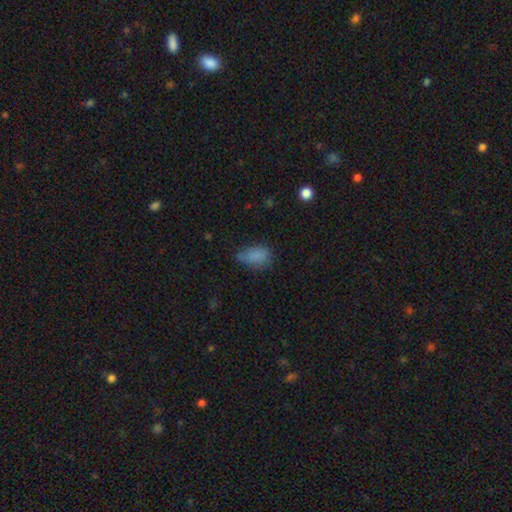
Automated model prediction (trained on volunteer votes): A smooth galaxy with no disk features (82%) that is in between round and cigar-shaped (89%).

Vote fractions:
- Smooth or featured? smooth: 82% / star or artifact: 11% / featured or disk: 7%
- How rounded? in between: 89% / round: 8% / cigar-shaped: 3%
- Merging? none: 56% / minor disturbance: 32% / major disturbance: 10% / merger: 2%